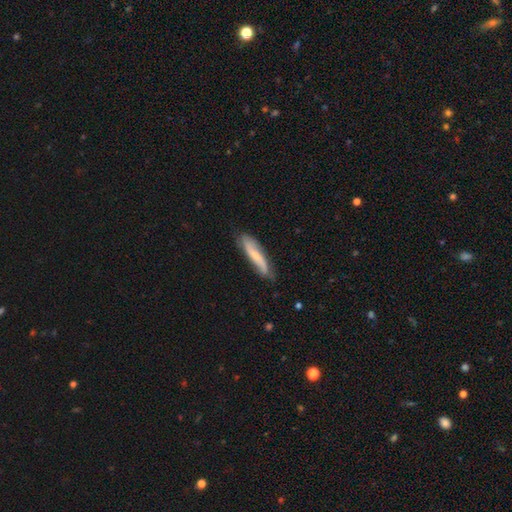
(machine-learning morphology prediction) Q: Smooth or featured?
A: smooth (47%); runner-up: featured or disk (46%)
Q: Merging?
A: none (72%); runner-up: minor disturbance (21%)